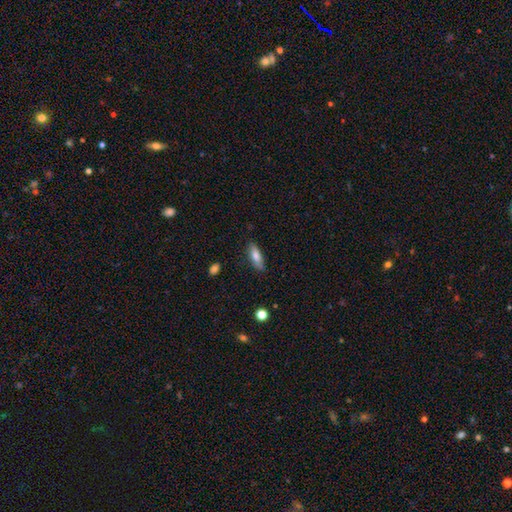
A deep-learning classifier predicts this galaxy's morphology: Smooth or featured? smooth (76%)
How rounded? in between (55%)
Merging? none (79%)